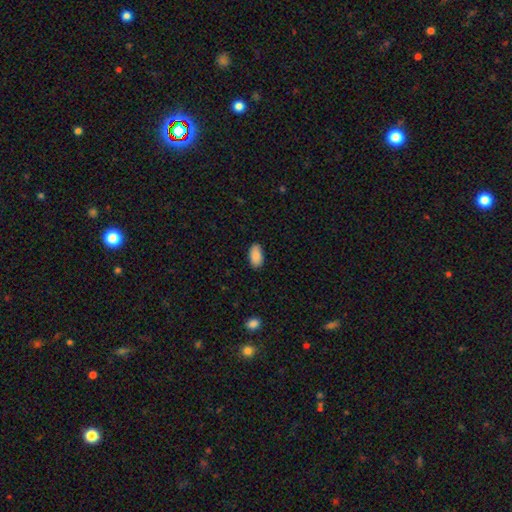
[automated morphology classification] Smooth or featured?
  - smooth: 89% *
  - star or artifact: 7%
  - featured or disk: 4%
How rounded?
  - in between: 95% *
  - round: 3%
  - cigar-shaped: 2%
Merging?
  - none: 85% *
  - minor disturbance: 11%
  - major disturbance: 2%
  - merger: 1%